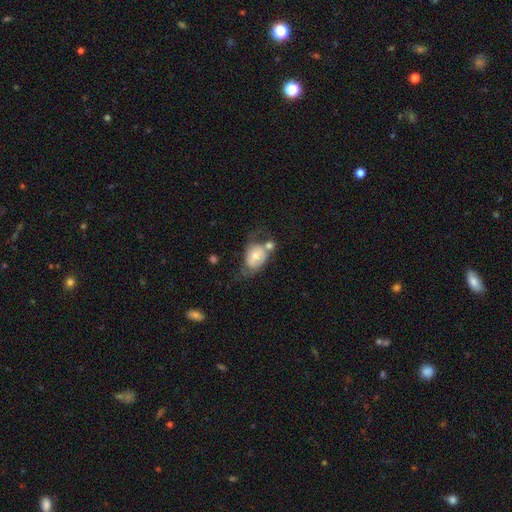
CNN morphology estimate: smooth-or-featured: smooth: 54% | featured or disk: 39% | star or artifact: 7%
  how-rounded: in between: 70% | round: 29% | cigar-shaped: 1%
  merging: merger: 34% | none: 26% | minor disturbance: 21% | major disturbance: 20%